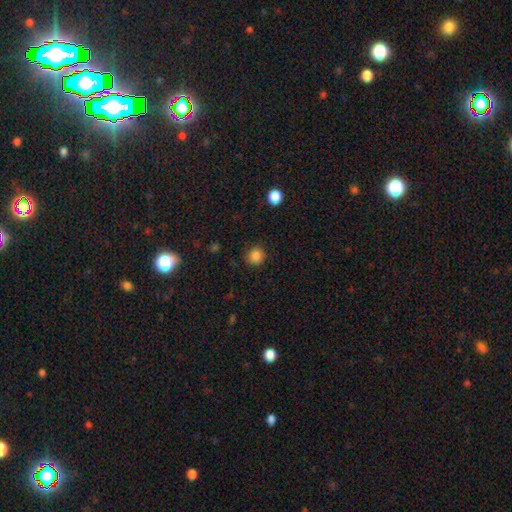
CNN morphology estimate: Smooth or featured? smooth (85%)
How rounded? round (91%)
Merging? none (86%)